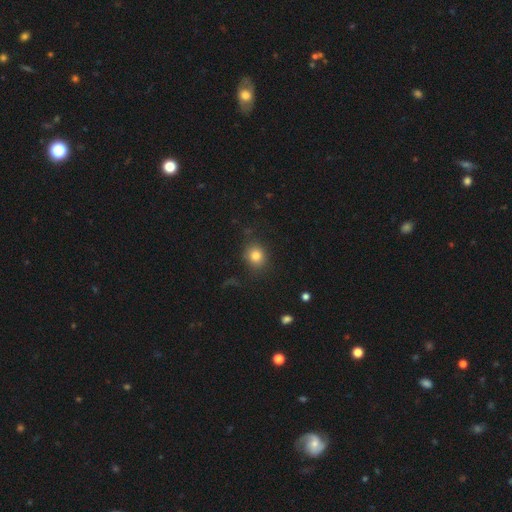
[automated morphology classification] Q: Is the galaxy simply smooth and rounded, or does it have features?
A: smooth — 82%.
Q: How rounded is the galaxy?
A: round — 75%.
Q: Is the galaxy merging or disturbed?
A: none — 80%.